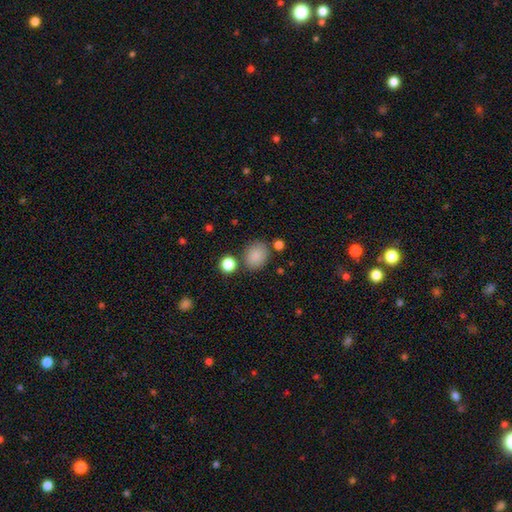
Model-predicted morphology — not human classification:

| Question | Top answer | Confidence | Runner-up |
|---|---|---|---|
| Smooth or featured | smooth | 85% | star or artifact (9%) |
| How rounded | round | 55% | in between (44%) |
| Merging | none | 76% | minor disturbance (13%) |